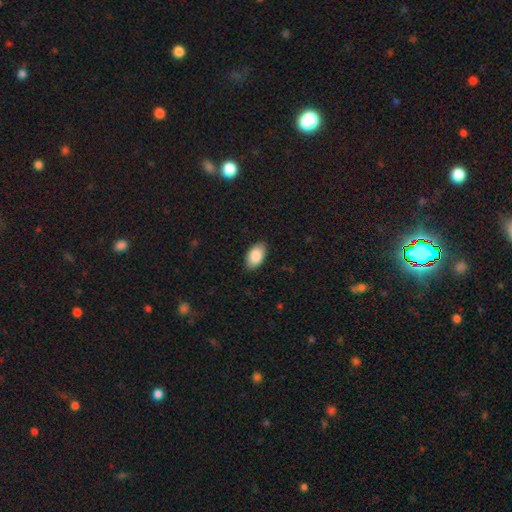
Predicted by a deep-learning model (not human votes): smooth_or_featured: smooth (p=0.87) [alt: star or artifact p=0.06]
how_rounded: in between (p=0.94) [alt: round p=0.04]
merging: none (p=0.87) [alt: minor disturbance p=0.10]